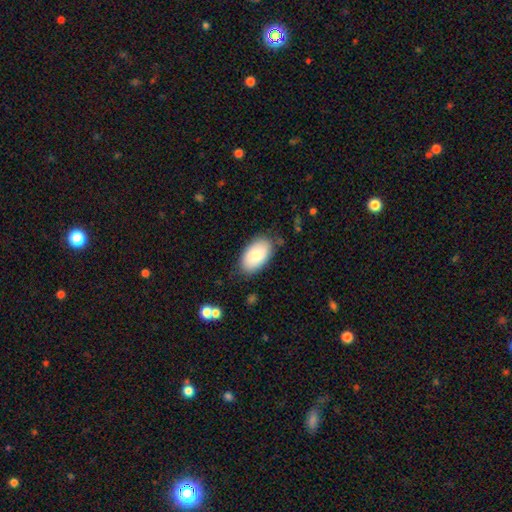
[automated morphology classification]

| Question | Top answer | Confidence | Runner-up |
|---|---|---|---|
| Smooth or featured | smooth | 80% | featured or disk (14%) |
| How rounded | in between | 95% | round (4%) |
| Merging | none | 81% | minor disturbance (14%) |